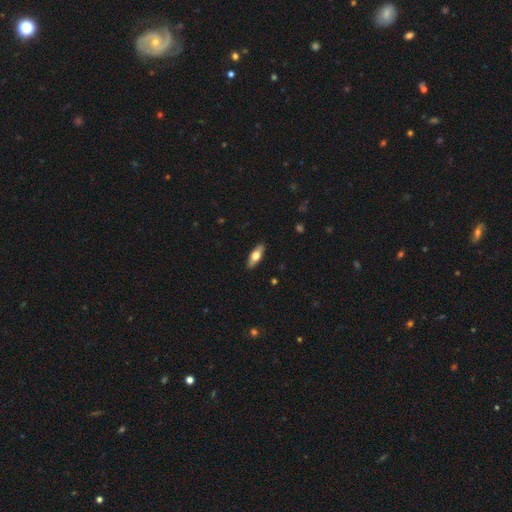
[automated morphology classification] smooth_or_featured: smooth (p=0.60) [alt: featured or disk p=0.34]
how_rounded: in between (p=0.68) [alt: cigar-shaped p=0.29]
merging: none (p=0.89) [alt: minor disturbance p=0.09]